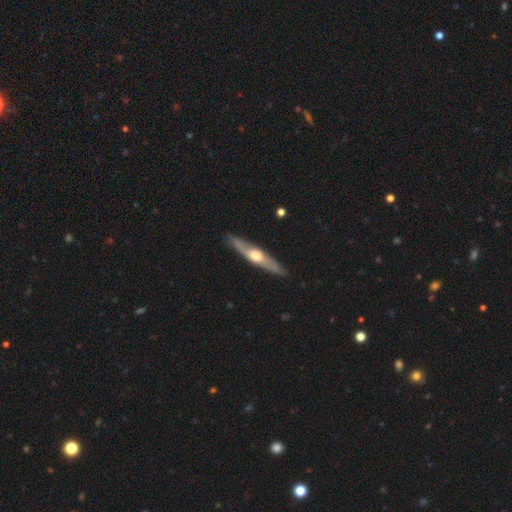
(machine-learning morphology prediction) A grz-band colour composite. It shows a featured or disk galaxy (68%) viewed edge-on (90%) with a rounded central bulge (91%). Merging: none (88%).